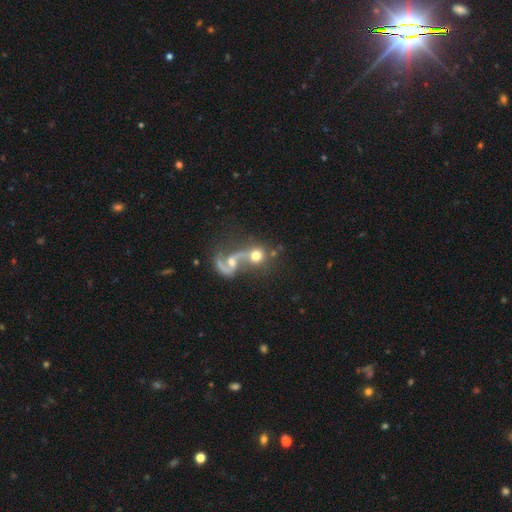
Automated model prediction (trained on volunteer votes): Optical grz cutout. It shows a smooth galaxy with no disk features (49%). Merging: merger (50%).